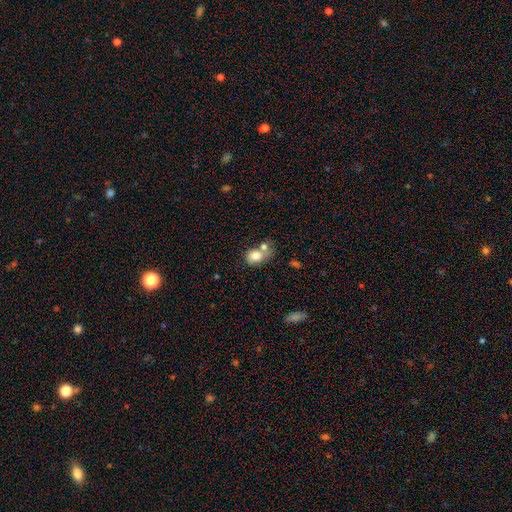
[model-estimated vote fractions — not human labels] This appears to be a smooth galaxy with no disk features (77%) that is in between round and cigar-shaped (60%). Merging: merger (43%).